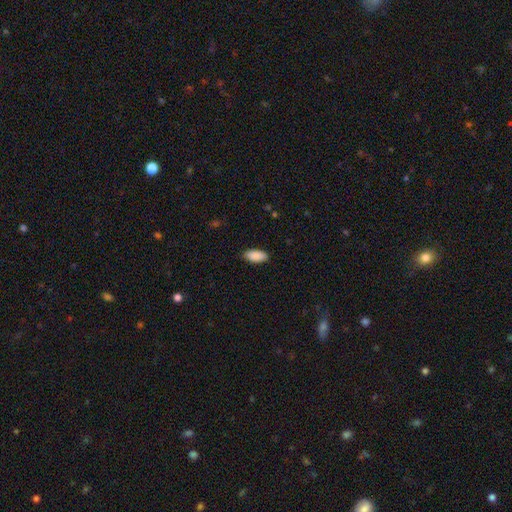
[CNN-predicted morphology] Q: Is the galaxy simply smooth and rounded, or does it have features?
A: smooth — 91%.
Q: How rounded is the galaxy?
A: in between — 91%.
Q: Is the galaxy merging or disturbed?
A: none — 88%.